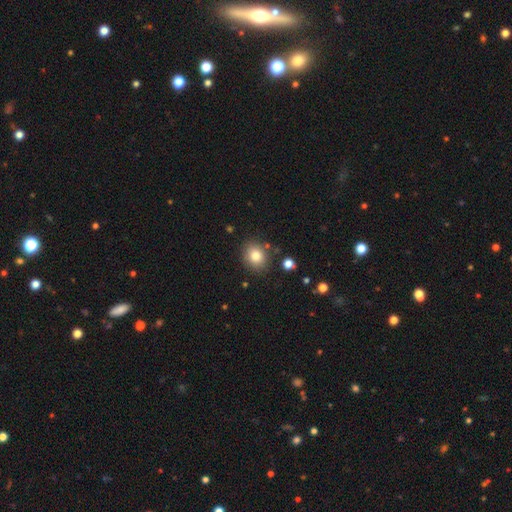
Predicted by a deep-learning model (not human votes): This appears to be a smooth galaxy with no disk features (81%) that is round (68%). Merging: none (85%).